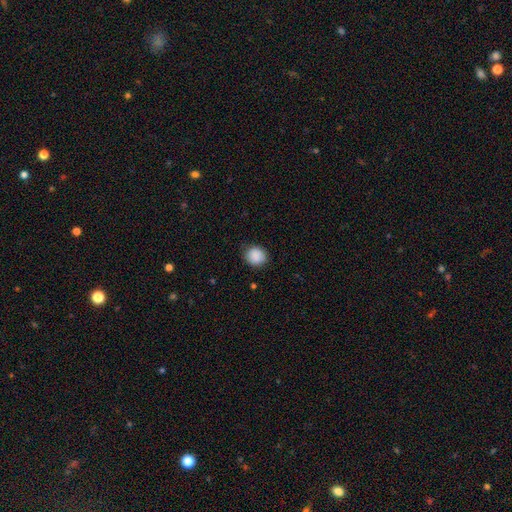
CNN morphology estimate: Smooth or featured? smooth (89%)
How rounded? round (81%)
Merging? none (84%)